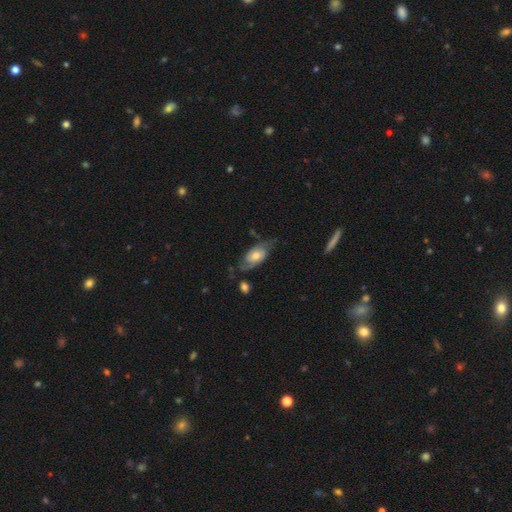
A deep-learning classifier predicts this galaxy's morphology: smooth-or-featured: featured or disk: 60% | smooth: 33% | star or artifact: 7%
  disk-edge-on: no: 90% | yes: 10%
    bar: no: 62% | weak: 31% | strong: 7%
    has-spiral-arms: yes: 85% | no: 15%
    bulge-size: moderate: 56% | small: 21% | large: 18% | none: 3% | dominant: 2%
  merging: none: 55% | minor disturbance: 27% | major disturbance: 15% | merger: 3%